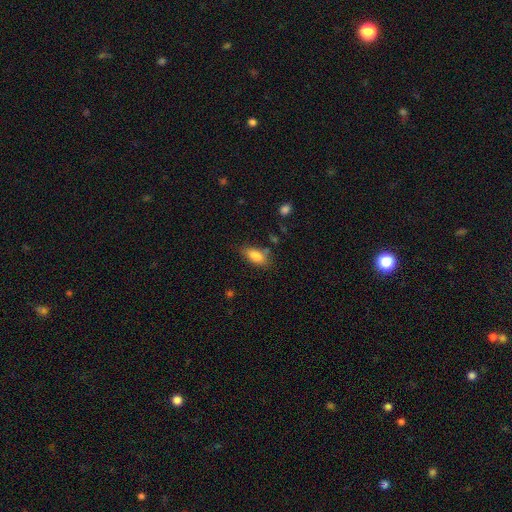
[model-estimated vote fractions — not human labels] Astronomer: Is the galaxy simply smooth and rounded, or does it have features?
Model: smooth — 82%.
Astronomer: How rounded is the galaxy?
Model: in between — 84%.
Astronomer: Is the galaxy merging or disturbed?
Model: none — 69%.